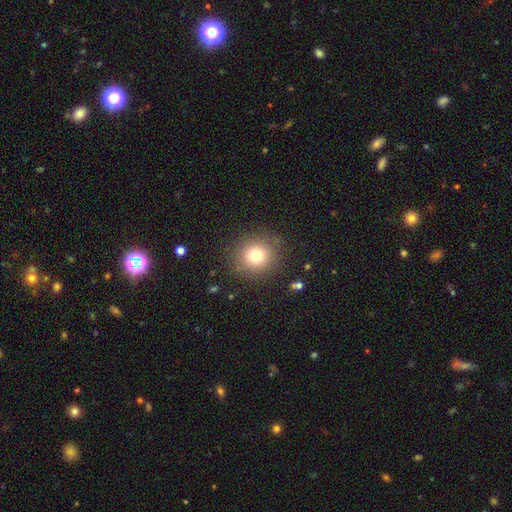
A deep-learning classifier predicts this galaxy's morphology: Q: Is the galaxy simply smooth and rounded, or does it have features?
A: smooth — 76%.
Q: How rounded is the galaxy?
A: round — 92%.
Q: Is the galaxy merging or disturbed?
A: none — 87%.